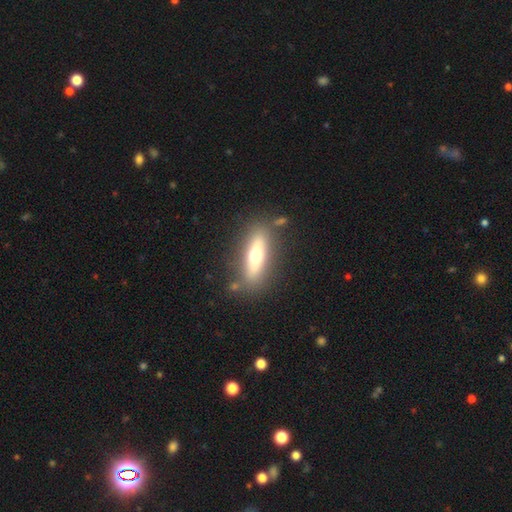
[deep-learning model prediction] Morphology: type=smooth (52%); roundness=cigar-shaped (55%); merging=none (79%).